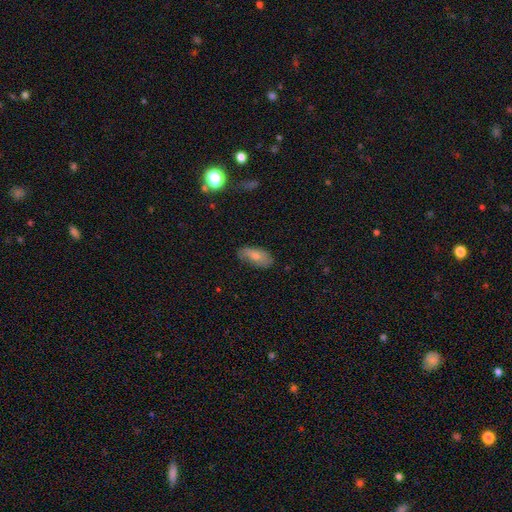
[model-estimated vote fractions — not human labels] This appears to be a smooth galaxy with no disk features (71%) that is in between round and cigar-shaped (88%). Merging: none (72%).